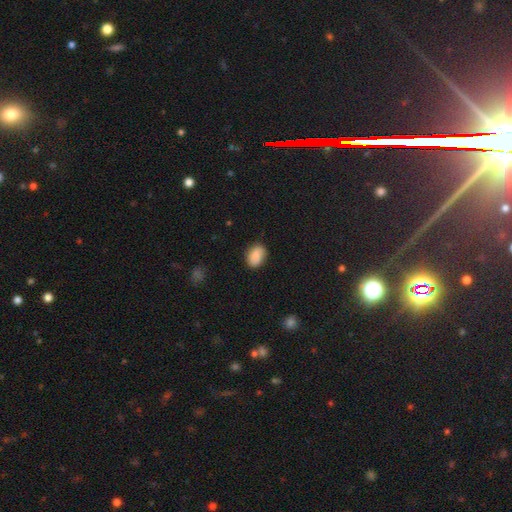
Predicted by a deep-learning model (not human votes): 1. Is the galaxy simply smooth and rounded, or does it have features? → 88% smooth, 7% star or artifact, 5% featured or disk.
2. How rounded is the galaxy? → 83% in between, 15% round, 1% cigar-shaped.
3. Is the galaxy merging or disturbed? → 83% none, 14% minor disturbance, 3% major disturbance, 1% merger.